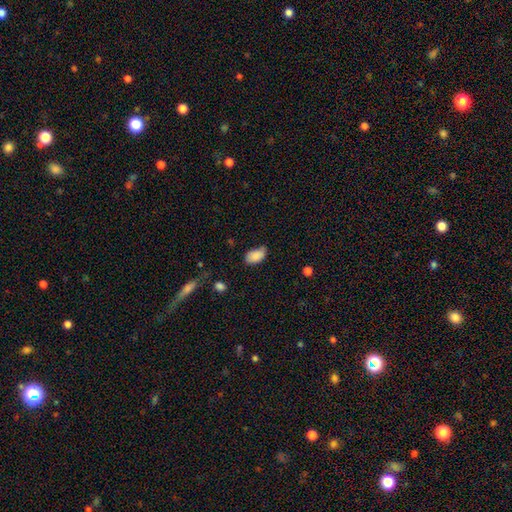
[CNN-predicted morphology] The model was most divided on "merging": none: 57%, minor disturbance: 33%, major disturbance: 7%, merger: 3%. More confident: how rounded — in between (93%); smooth or featured — smooth (86%).